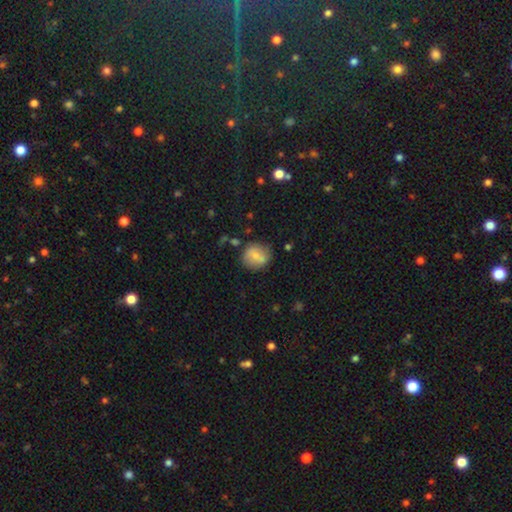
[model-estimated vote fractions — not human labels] smooth_or_featured: smooth (p=0.61) [alt: featured or disk p=0.30]
how_rounded: round (p=0.78) [alt: in between p=0.21]
merging: none (p=0.69) [alt: minor disturbance p=0.18]